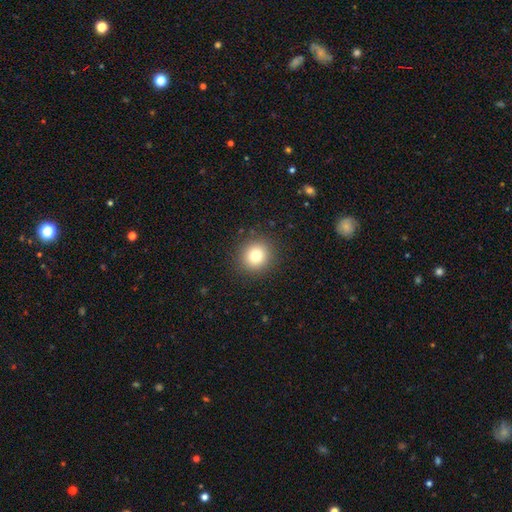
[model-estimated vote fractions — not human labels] A smooth galaxy with no disk features (79%) that is round (92%). Merging: none (91%).